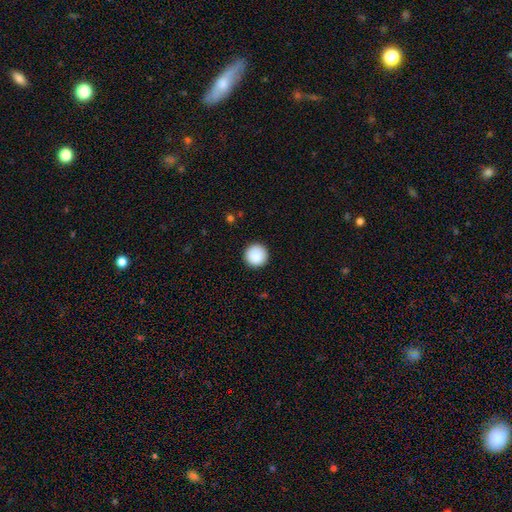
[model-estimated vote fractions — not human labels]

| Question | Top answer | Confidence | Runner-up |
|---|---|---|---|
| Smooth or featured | smooth | 89% | star or artifact (8%) |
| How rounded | round | 97% | in between (2%) |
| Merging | none | 93% | minor disturbance (5%) |